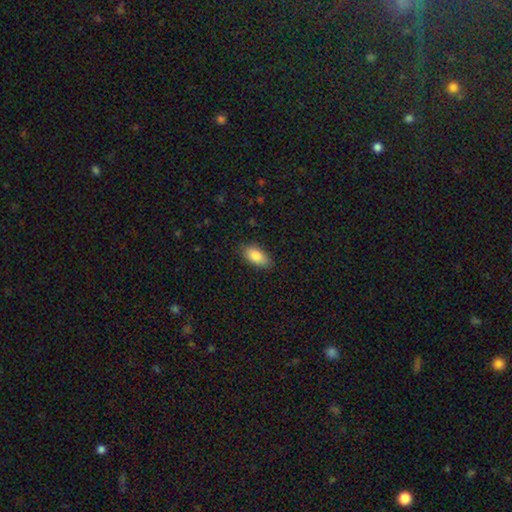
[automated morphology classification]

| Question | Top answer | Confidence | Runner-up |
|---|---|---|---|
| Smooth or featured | smooth | 85% | featured or disk (8%) |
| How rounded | in between | 91% | cigar-shaped (6%) |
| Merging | none | 84% | minor disturbance (13%) |